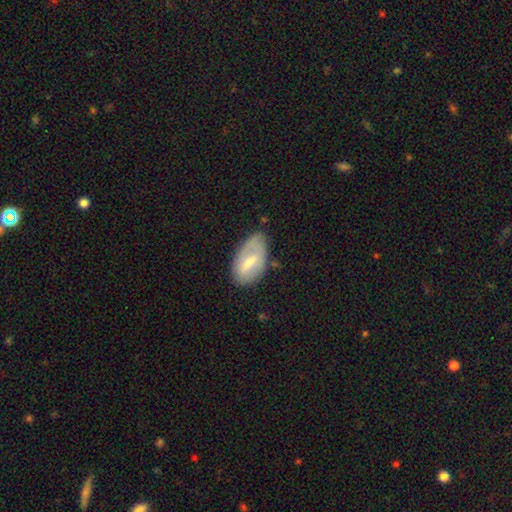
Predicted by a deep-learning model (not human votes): Smooth or featured? smooth (55%)
How rounded? in between (91%)
Merging? none (62%)